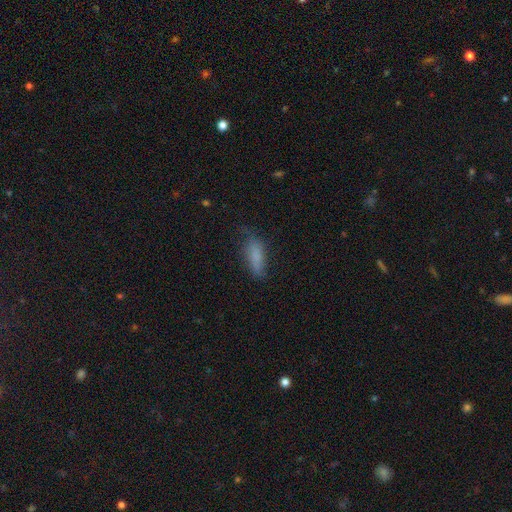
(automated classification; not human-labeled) Smooth or featured? Predicted: smooth (p=0.80). How rounded? Predicted: in between (p=0.57). Merging? Predicted: none (p=0.65).